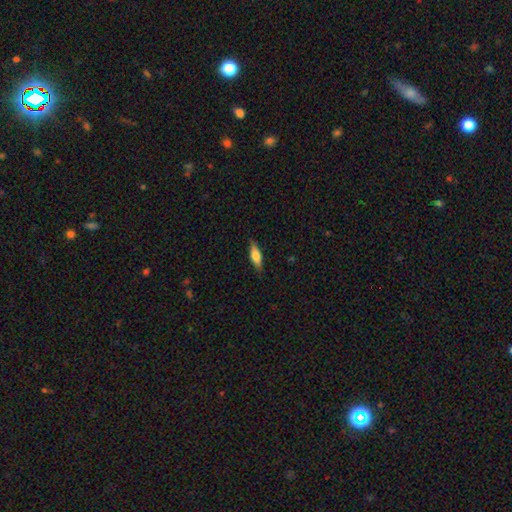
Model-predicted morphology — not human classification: Smooth or featured?
  - smooth: 62% *
  - featured or disk: 31%
  - star or artifact: 6%
How rounded?
  - in between: 56% *
  - cigar-shaped: 41%
  - round: 3%
Merging?
  - none: 84% *
  - minor disturbance: 13%
  - major disturbance: 2%
  - merger: 1%